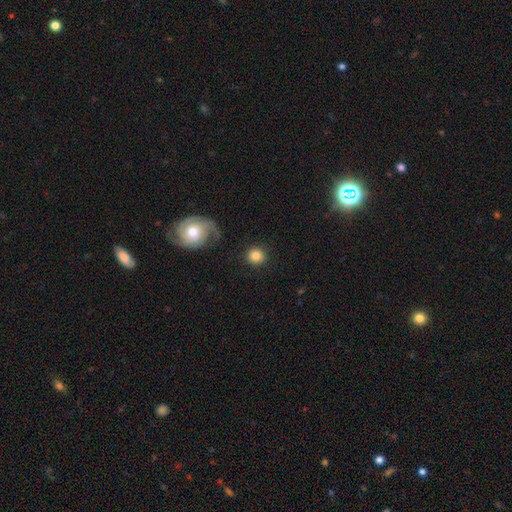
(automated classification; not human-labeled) This is clearly a smooth galaxy (81%). How rounded: clearly round (91%). Merging: clearly none (86%).